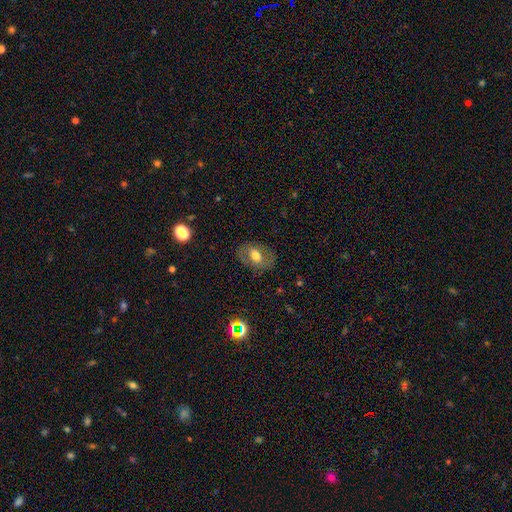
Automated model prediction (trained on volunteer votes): Q: Smooth or featured?
A: smooth (52%); runner-up: featured or disk (39%)
Q: How rounded?
A: in between (75%); runner-up: round (23%)
Q: Merging?
A: none (79%); runner-up: minor disturbance (14%)